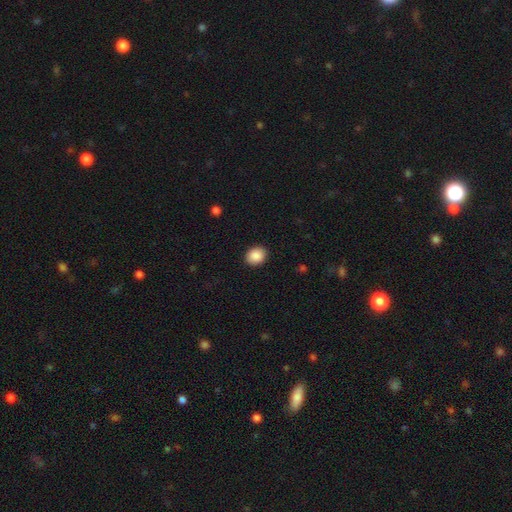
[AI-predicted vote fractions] smooth-or-featured: smooth: 89% | star or artifact: 8% | featured or disk: 3%
  how-rounded: round: 53% | in between: 46% | cigar-shaped: 1%
  merging: none: 90% | minor disturbance: 7% | major disturbance: 2% | merger: 1%